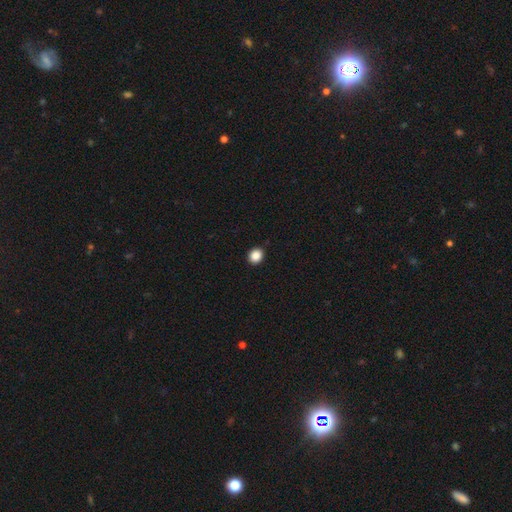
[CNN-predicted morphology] The model was most divided on "how rounded": round: 70%, in between: 29%, cigar-shaped: 1%. More confident: merging — none (92%); smooth or featured — smooth (88%).